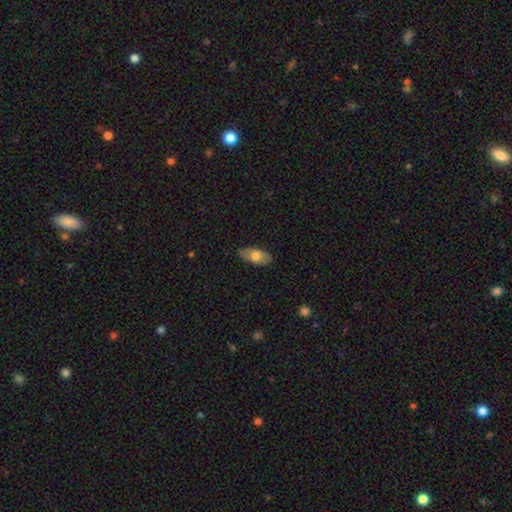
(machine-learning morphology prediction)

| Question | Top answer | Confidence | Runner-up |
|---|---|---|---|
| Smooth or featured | smooth | 68% | featured or disk (26%) |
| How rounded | in between | 89% | cigar-shaped (7%) |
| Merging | none | 86% | minor disturbance (11%) |